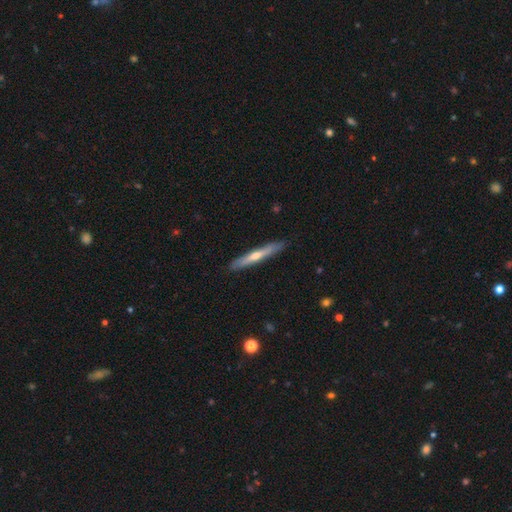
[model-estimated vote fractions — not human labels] This is possibly a featured or disk galaxy (56%). It is clearly viewed edge-on (94%). Edge-on bulge: likely rounded (76%). Merging: clearly none (89%).